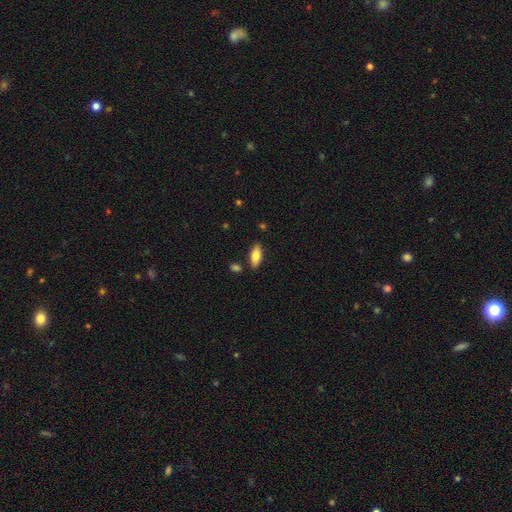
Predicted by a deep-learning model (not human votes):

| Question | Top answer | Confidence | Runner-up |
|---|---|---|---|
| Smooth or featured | smooth | 74% | featured or disk (19%) |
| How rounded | in between | 80% | cigar-shaped (17%) |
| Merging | none | 84% | minor disturbance (10%) |